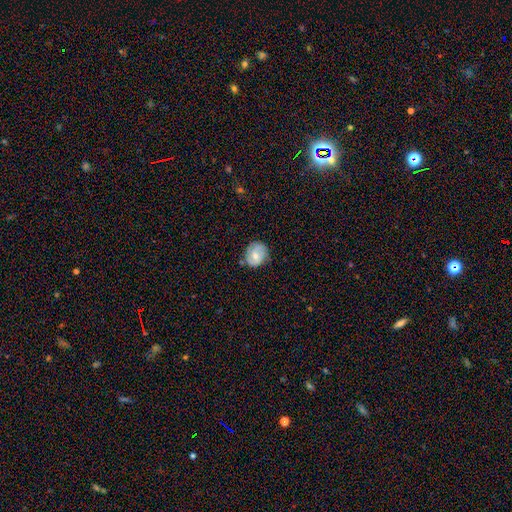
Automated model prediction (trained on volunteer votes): The model was most divided on "smooth or featured": featured or disk: 54%, smooth: 38%, star or artifact: 8%. More confident: edge-on disk — no (97%); spiral arms — yes (83%); merging — none (73%); bulge size — moderate (59%); bar — no (56%).